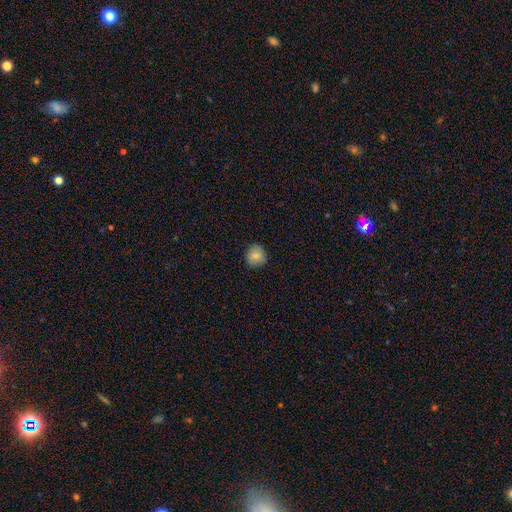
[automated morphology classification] Smooth or featured? Predicted: smooth (p=0.83). How rounded? Predicted: round (p=0.90). Merging? Predicted: none (p=0.87).